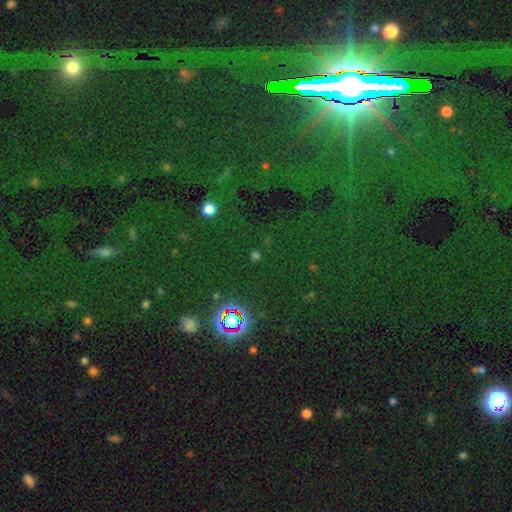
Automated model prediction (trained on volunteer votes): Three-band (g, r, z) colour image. It shows a star or artifact, not a galaxy (63%).